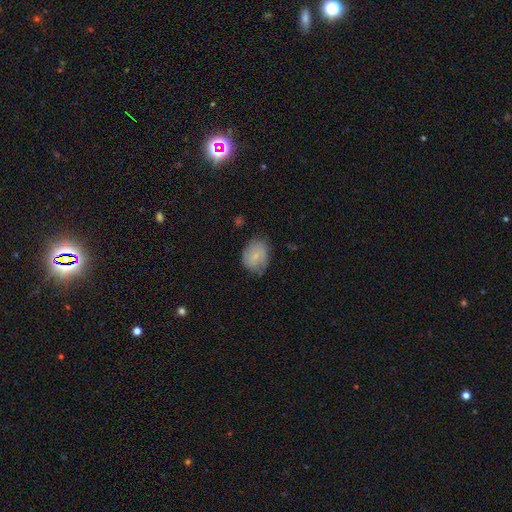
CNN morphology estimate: A smooth galaxy with no disk features (70%) that is in between round and cigar-shaped (55%). Merging: none (63%).